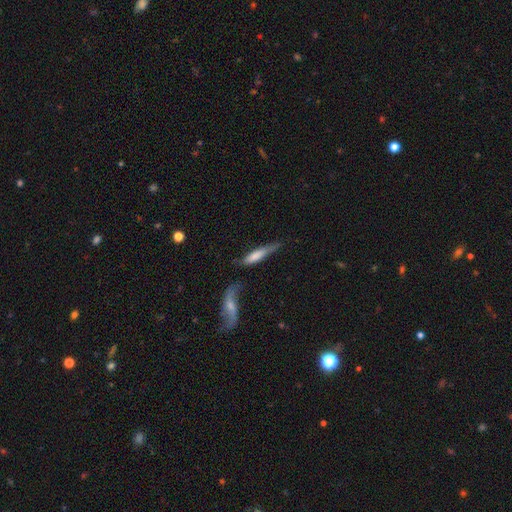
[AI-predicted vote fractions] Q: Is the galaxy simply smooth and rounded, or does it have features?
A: smooth — 64%.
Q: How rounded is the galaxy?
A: cigar-shaped — 79%.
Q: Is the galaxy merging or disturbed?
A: none — 42%.